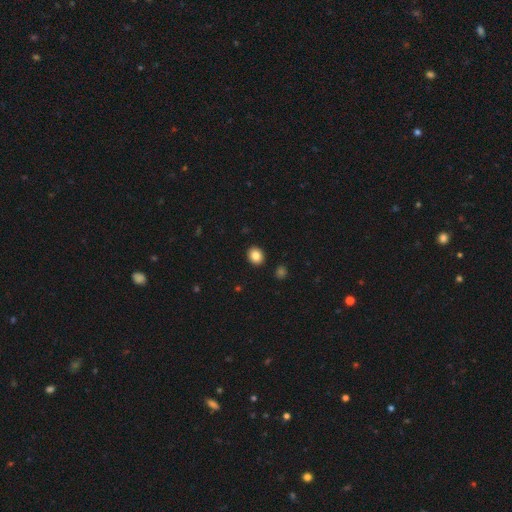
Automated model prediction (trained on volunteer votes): Morphology: type=smooth (85%); roundness=round (63%); merging=none (92%).